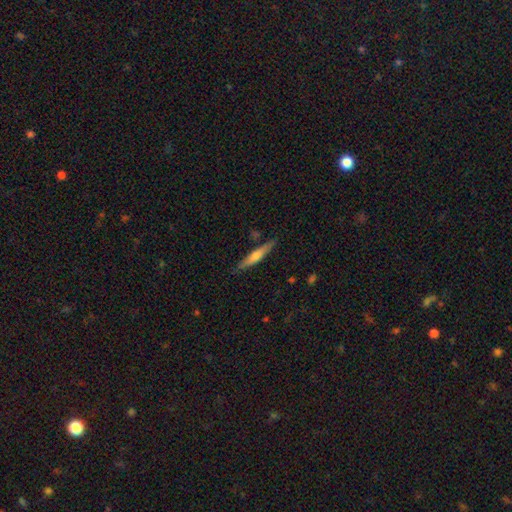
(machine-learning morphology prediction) A featured or disk galaxy (52%) viewed edge-on (95%).

Vote fractions:
- Smooth or featured? featured or disk: 52% / smooth: 42% / star or artifact: 6%
- Edge-on disk? yes: 95% / no: 5%
- Merging? none: 85% / minor disturbance: 10% / merger: 2% / major disturbance: 2%